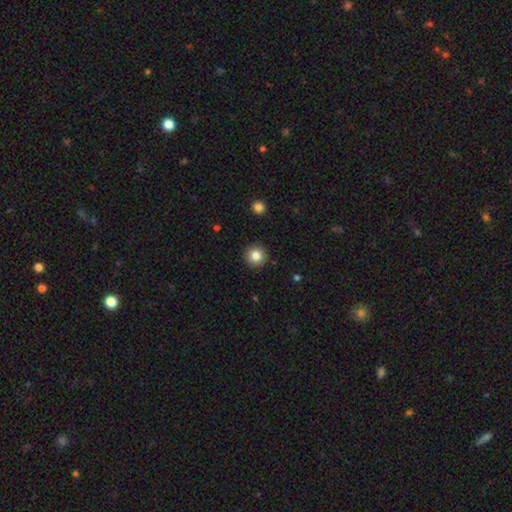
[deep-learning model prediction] Smooth or featured? smooth (83%)
How rounded? round (95%)
Merging? none (92%)